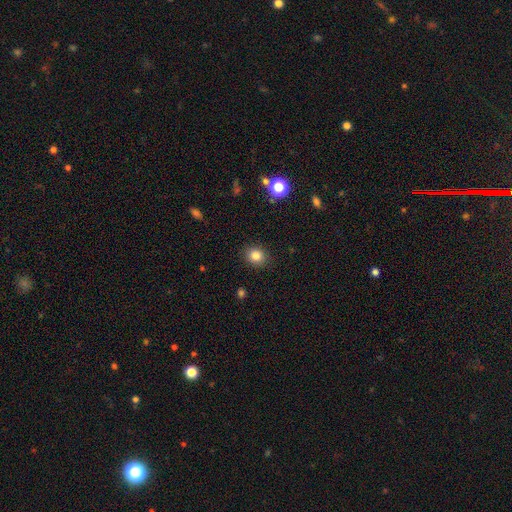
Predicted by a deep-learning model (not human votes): Smooth or featured? smooth (82%)
How rounded? round (71%)
Merging? none (89%)